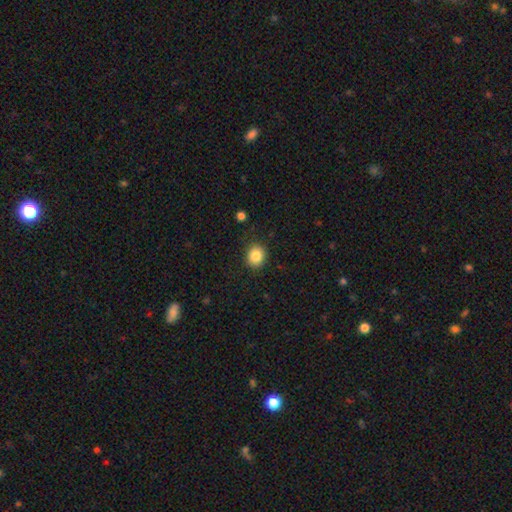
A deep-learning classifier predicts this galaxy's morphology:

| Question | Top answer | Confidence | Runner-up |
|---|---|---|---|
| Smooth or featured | smooth | 85% | star or artifact (10%) |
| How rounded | round | 73% | in between (26%) |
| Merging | none | 87% | minor disturbance (9%) |